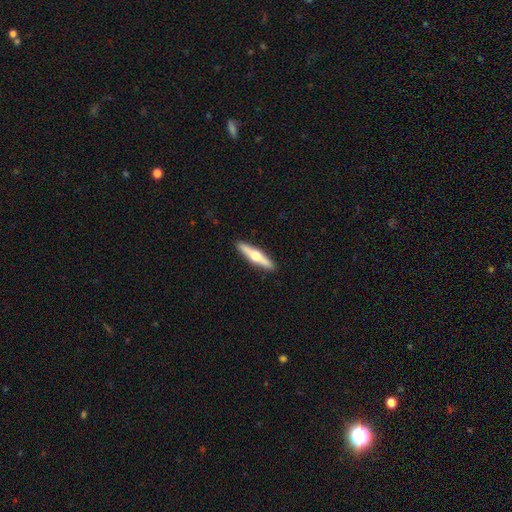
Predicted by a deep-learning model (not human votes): This appears to be a featured or disk galaxy (59%) viewed edge-on (97%) with a rounded central bulge (93%). Merging: none (91%).